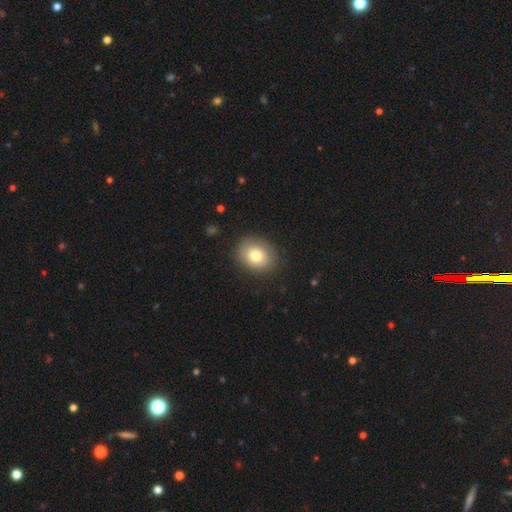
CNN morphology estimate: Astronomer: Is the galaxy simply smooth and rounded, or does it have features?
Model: smooth — 77%.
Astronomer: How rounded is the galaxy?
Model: round — 55% (runner-up: in between, 45%).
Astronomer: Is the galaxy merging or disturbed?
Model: none — 85%.